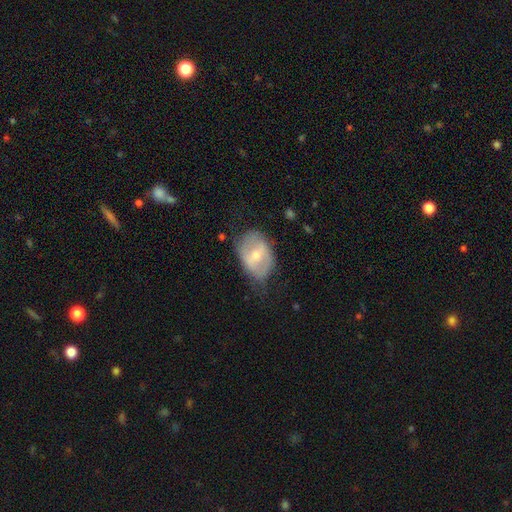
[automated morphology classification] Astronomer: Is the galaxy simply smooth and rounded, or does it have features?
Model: featured or disk — 53% (runner-up: smooth, 40%).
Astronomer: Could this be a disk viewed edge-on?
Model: no — 92%.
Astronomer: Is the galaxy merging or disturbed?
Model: none — 57%.